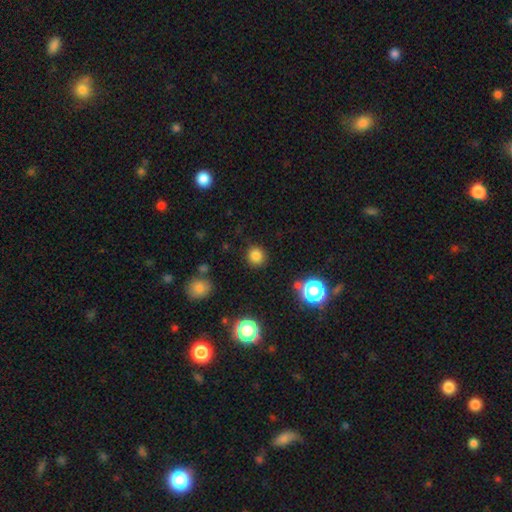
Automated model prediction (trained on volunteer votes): A smooth galaxy with no disk features (80%) that is round (89%).

Vote fractions:
- Smooth or featured? smooth: 80% / star or artifact: 15% / featured or disk: 5%
- How rounded? round: 89% / in between: 10% / cigar-shaped: 1%
- Merging? none: 88% / minor disturbance: 7% / major disturbance: 3% / merger: 2%